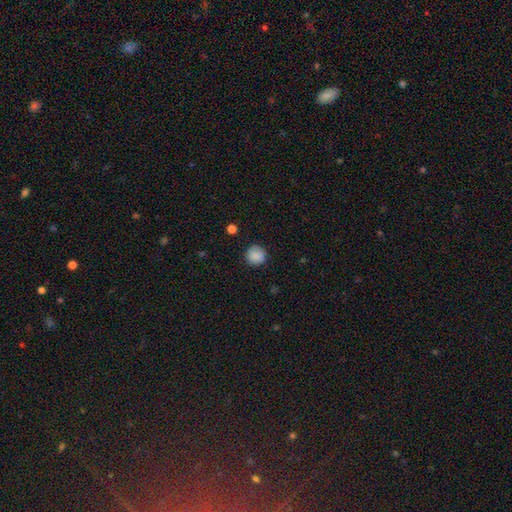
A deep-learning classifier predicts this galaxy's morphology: A smooth galaxy with no disk features (86%) that is round (92%). Merging: none (86%).